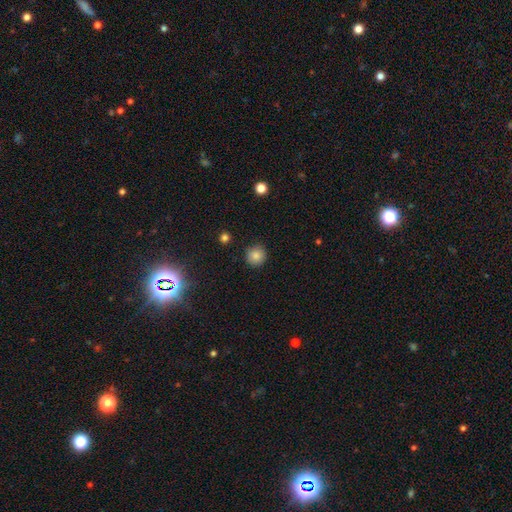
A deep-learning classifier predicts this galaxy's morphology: A smooth galaxy with no disk features (84%) that is round (94%). Merging: none (90%).